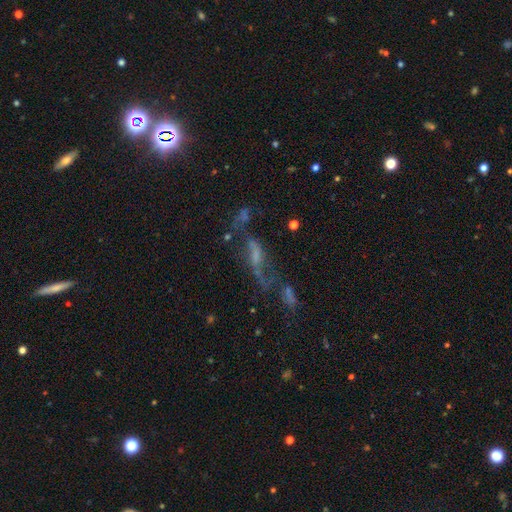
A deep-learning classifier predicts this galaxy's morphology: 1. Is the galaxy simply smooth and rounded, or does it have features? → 55% featured or disk, 23% star or artifact, 22% smooth.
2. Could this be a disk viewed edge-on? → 82% no, 18% yes.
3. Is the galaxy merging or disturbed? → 35% none, 30% major disturbance, 20% merger, 16% minor disturbance.